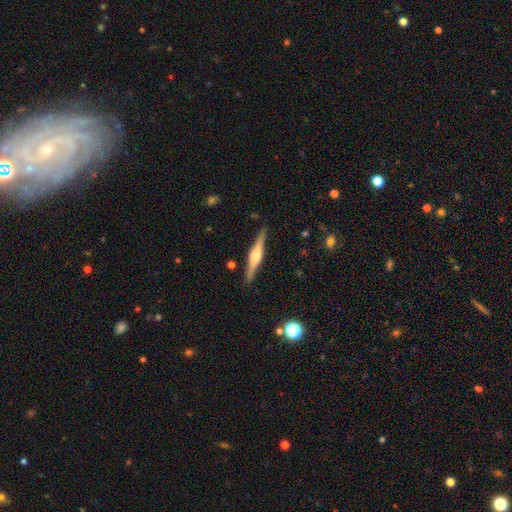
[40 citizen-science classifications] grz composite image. It shows a featured or disk galaxy (82%) viewed edge-on (100%) with a rounded central bulge (79%). Merging: none (82%).